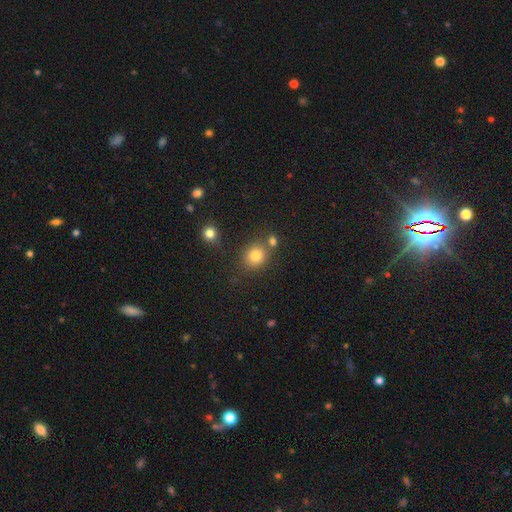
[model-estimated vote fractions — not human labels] Smooth or featured?
  - smooth: 80% *
  - star or artifact: 13%
  - featured or disk: 7%
How rounded?
  - round: 76% *
  - in between: 23%
  - cigar-shaped: 1%
Merging?
  - none: 69% *
  - merger: 16%
  - minor disturbance: 11%
  - major disturbance: 4%